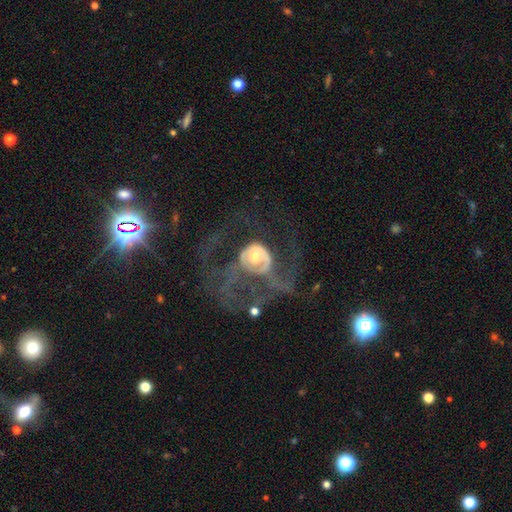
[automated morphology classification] Overall: featured or disk (67%). Edge-on disk: no (96%). Bar: no (68%). Spiral arms: yes (58%; no 42%). Bulge size: moderate (56%; small 24%). Merging: major disturbance (55%; none 20%).